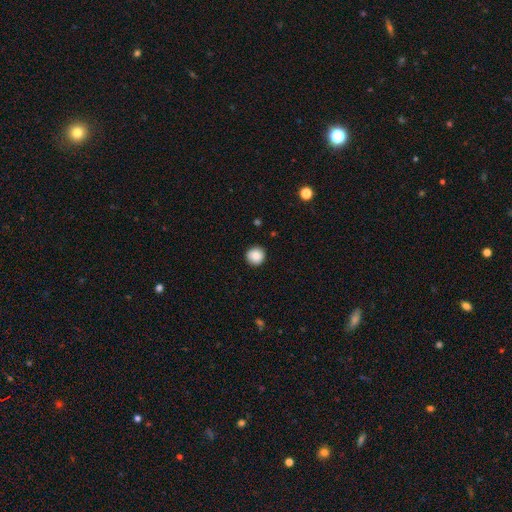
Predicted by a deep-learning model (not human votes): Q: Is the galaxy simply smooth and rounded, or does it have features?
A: smooth — 88%.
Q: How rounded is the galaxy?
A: round — 95%.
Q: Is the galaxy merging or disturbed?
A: none — 91%.